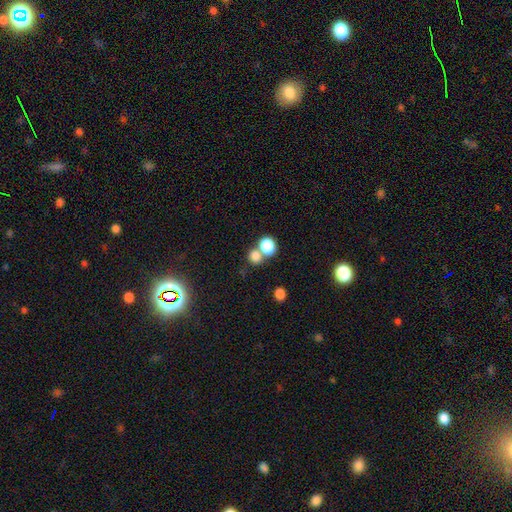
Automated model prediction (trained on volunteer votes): Overall: smooth (80%). How rounded: round (72%). Merging: merger (45%, tied with none).